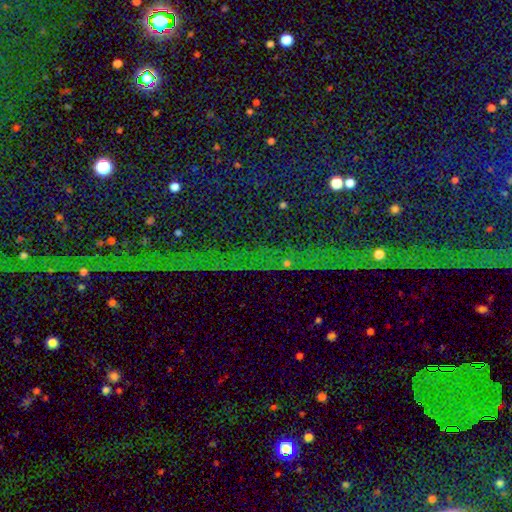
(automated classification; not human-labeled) Smooth or featured? Predicted: star or artifact (p=0.79).